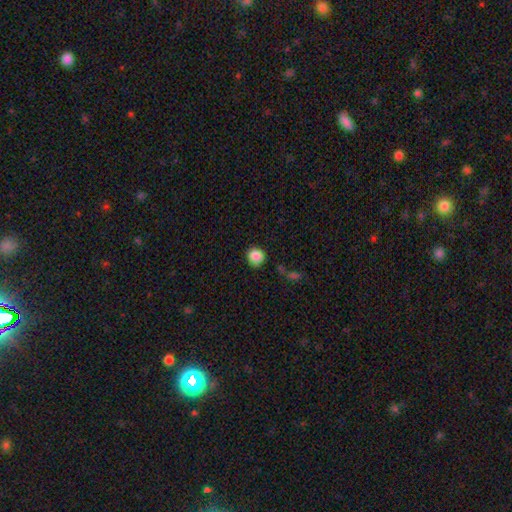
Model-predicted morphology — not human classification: Smooth or featured: smooth — 87% (star or artifact — 9%)
How rounded: round — 85% (in between — 14%)
Merging: none — 75% (minor disturbance — 18%)